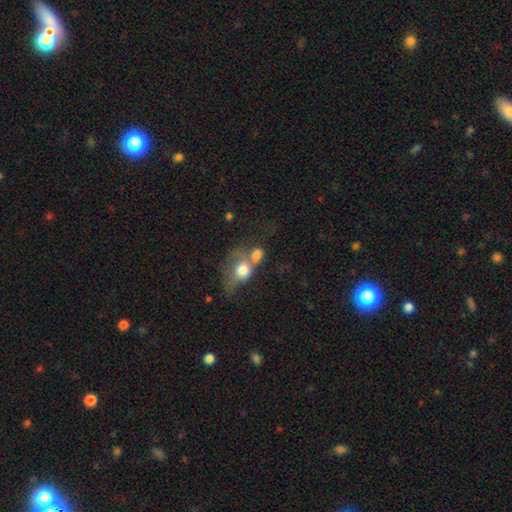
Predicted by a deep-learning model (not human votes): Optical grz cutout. It shows a smooth galaxy with no disk features (60%) that is round (50%). Merging: merger (58%).